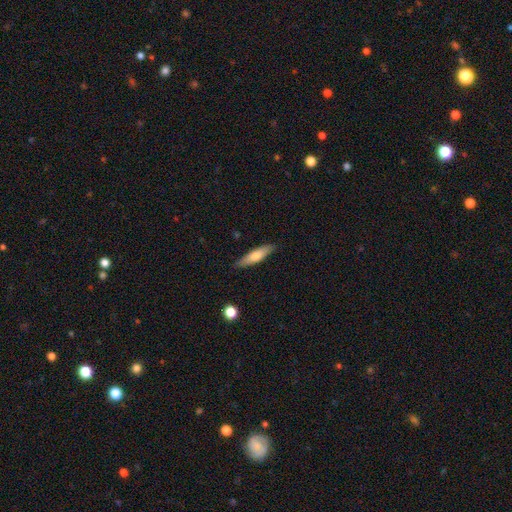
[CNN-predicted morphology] Overall: smooth (66%; featured or disk 28%). How rounded: cigar-shaped (72%). Merging: none (87%).